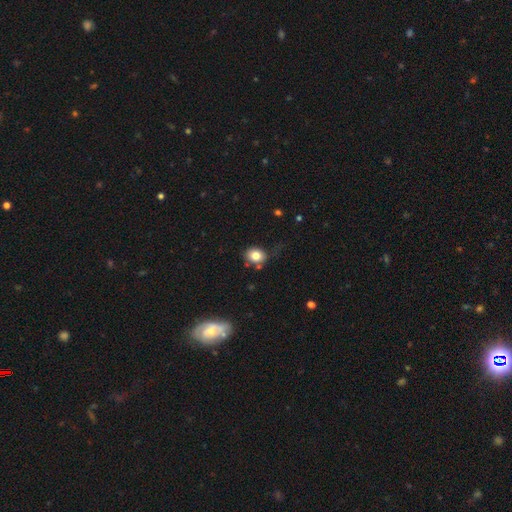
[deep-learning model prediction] Q: Smooth or featured?
A: smooth (80%); runner-up: star or artifact (10%)
Q: How rounded?
A: round (59%); runner-up: in between (40%)
Q: Merging?
A: none (69%); runner-up: minor disturbance (20%)